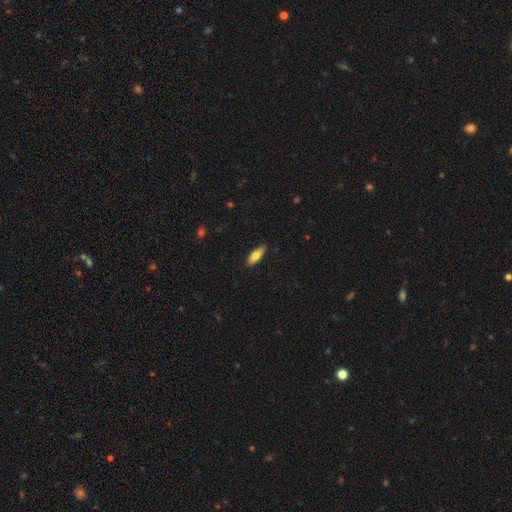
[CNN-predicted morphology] This appears to be a smooth galaxy with no disk features (73%) that is in between round and cigar-shaped (55%). Merging: none (87%).